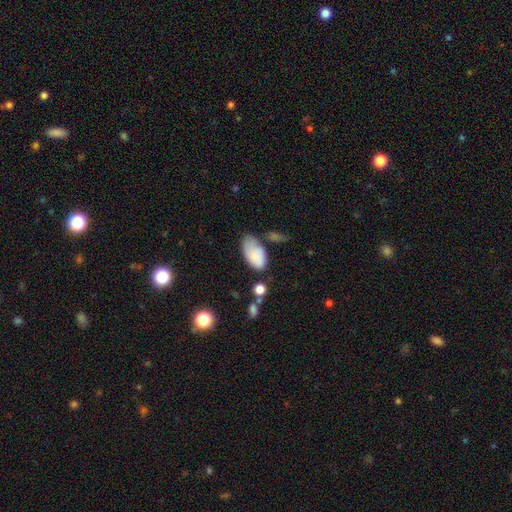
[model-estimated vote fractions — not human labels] This appears to be a smooth galaxy with no disk features (75%) that is in between round and cigar-shaped (94%). Merging: none (40%).